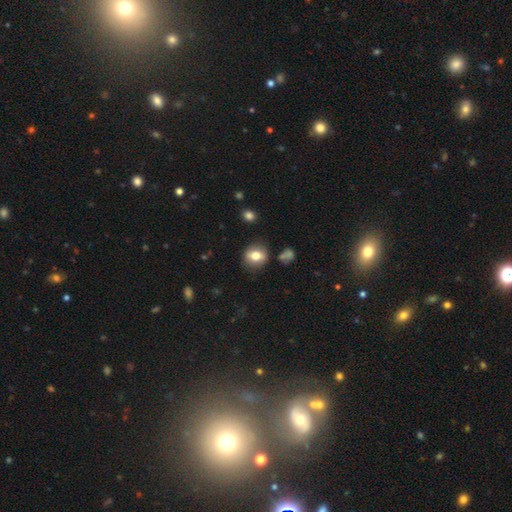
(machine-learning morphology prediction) Q: Smooth or featured?
A: smooth (71%); runner-up: featured or disk (20%)
Q: How rounded?
A: round (59%); runner-up: in between (39%)
Q: Merging?
A: none (80%); runner-up: minor disturbance (13%)